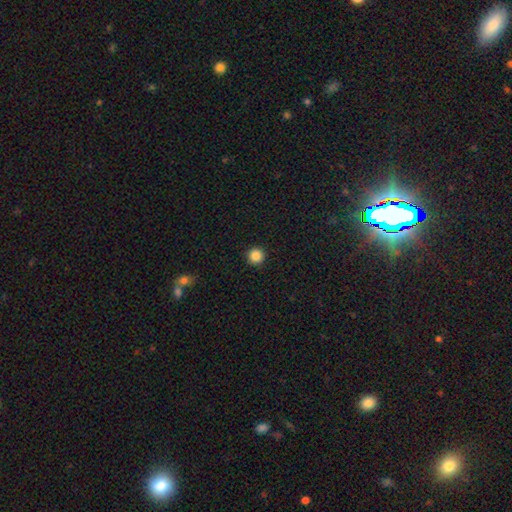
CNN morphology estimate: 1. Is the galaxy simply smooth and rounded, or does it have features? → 86% smooth, 10% star or artifact, 3% featured or disk.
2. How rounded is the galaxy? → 96% round, 3% in between, 1% cigar-shaped.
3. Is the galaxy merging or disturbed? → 94% none, 4% minor disturbance, 1% major disturbance, 1% merger.